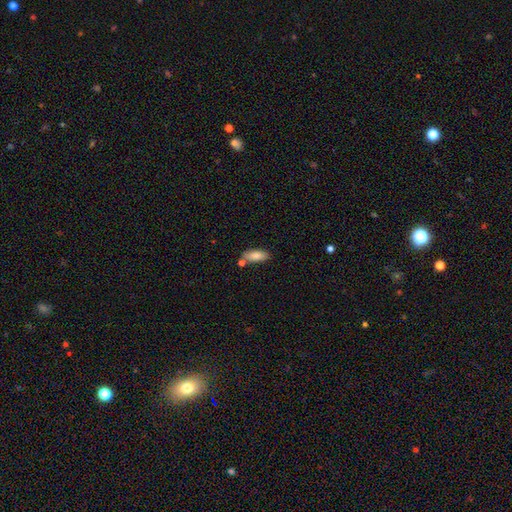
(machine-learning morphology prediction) type=smooth (83%); roundness=in between (76%); merging=none (68%).